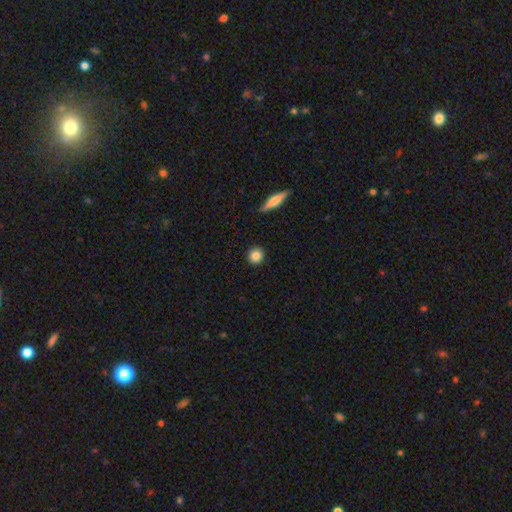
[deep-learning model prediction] Smooth or featured? Predicted: smooth (p=0.85). How rounded? Predicted: round (p=0.91). Merging? Predicted: none (p=0.91).